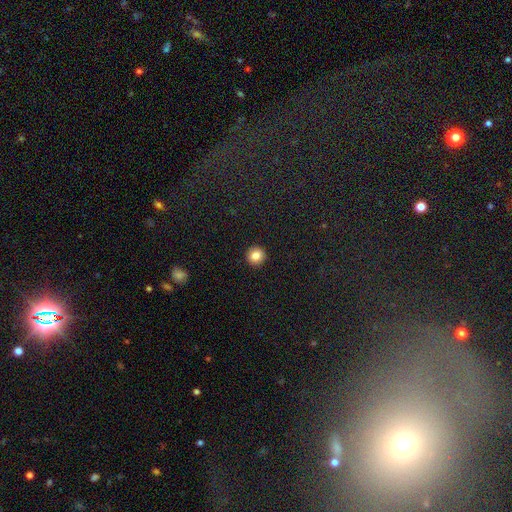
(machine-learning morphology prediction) This appears to be a smooth galaxy with no disk features (84%) that is round (95%). Merging: none (93%).